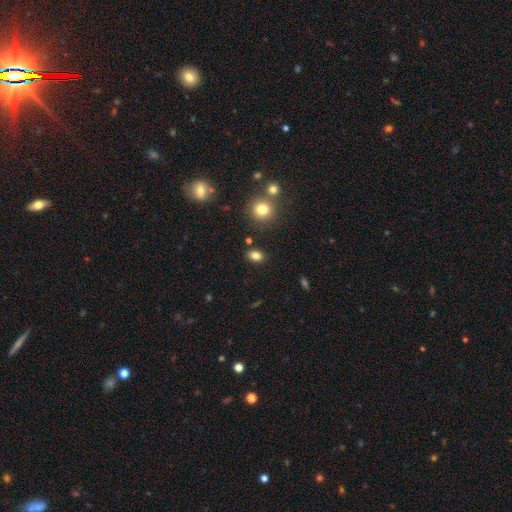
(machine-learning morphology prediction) Smooth or featured: smooth — 82% (star or artifact — 12%)
How rounded: in between — 75% (round — 23%)
Merging: none — 84% (minor disturbance — 9%)